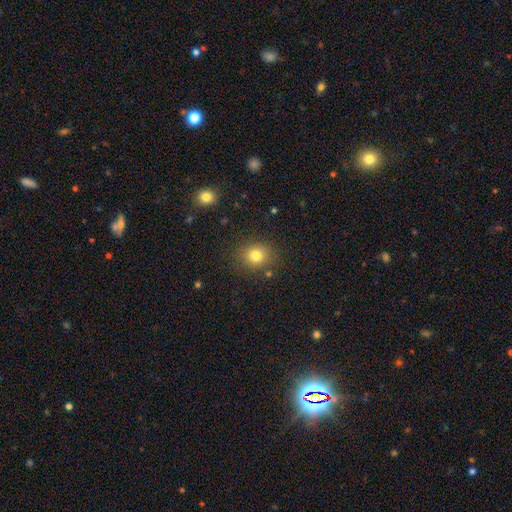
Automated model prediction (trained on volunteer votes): A smooth galaxy with no disk features (78%) that is round (71%). Merging: none (84%).